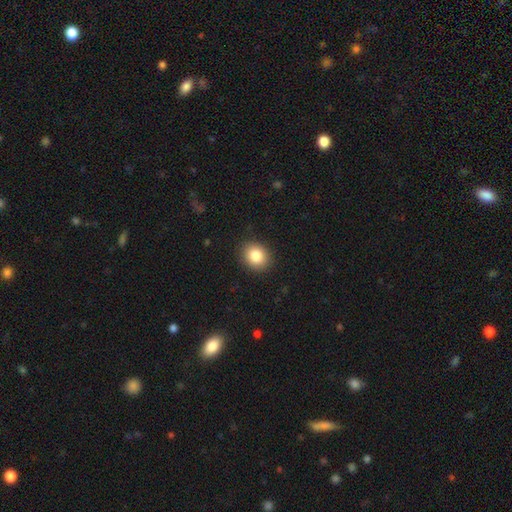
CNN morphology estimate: Smooth or featured?
  - smooth: 85% *
  - star or artifact: 9%
  - featured or disk: 6%
How rounded?
  - round: 63% *
  - in between: 36%
  - cigar-shaped: 1%
Merging?
  - none: 89% *
  - minor disturbance: 8%
  - major disturbance: 2%
  - merger: 1%